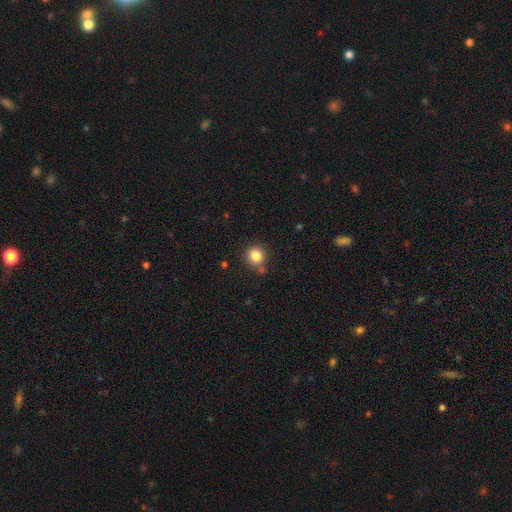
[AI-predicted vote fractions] Smooth or featured?
  - smooth: 84% *
  - star or artifact: 11%
  - featured or disk: 5%
How rounded?
  - round: 86% *
  - in between: 13%
  - cigar-shaped: 1%
Merging?
  - none: 81% *
  - minor disturbance: 10%
  - merger: 6%
  - major disturbance: 3%